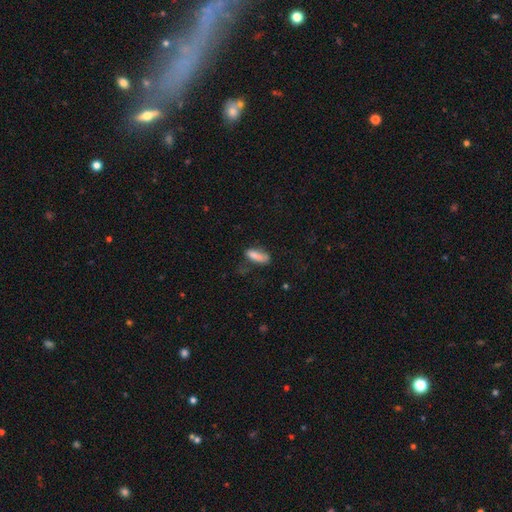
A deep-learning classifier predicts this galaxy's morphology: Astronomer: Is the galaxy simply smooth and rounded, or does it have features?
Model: smooth — 80%.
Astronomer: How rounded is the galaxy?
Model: in between — 55% (runner-up: cigar-shaped, 43%).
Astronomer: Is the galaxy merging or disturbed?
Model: none — 47% (runner-up: minor disturbance, 31%).